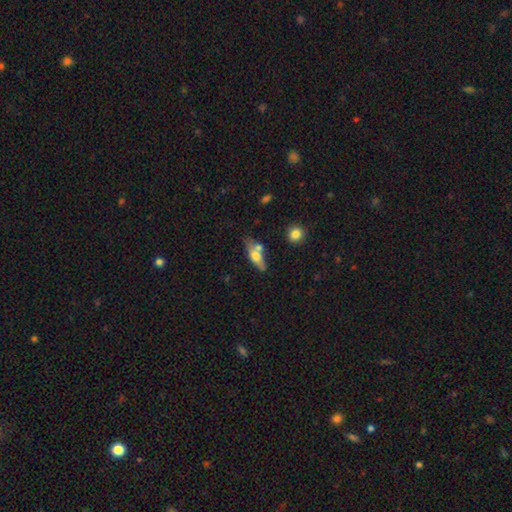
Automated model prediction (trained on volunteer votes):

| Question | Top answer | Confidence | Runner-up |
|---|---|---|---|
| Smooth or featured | smooth | 57% | featured or disk (36%) |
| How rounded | in between | 62% | cigar-shaped (34%) |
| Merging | none | 53% | merger (21%) |